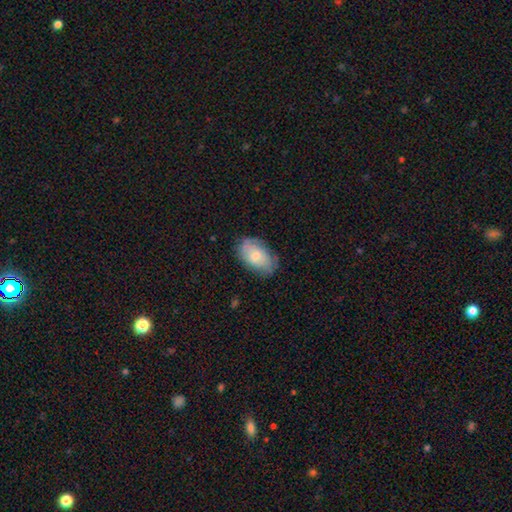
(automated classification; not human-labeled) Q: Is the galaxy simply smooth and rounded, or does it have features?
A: smooth — 58%.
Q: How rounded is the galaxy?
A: in between — 91%.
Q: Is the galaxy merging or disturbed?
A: none — 64%.